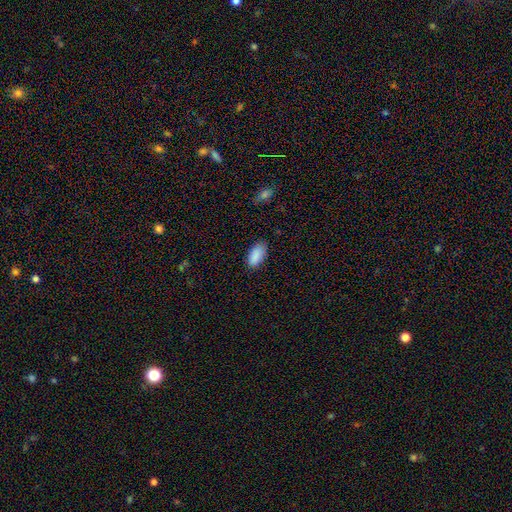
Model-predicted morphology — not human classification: Smooth or featured? smooth (89%)
How rounded? in between (93%)
Merging? none (80%)